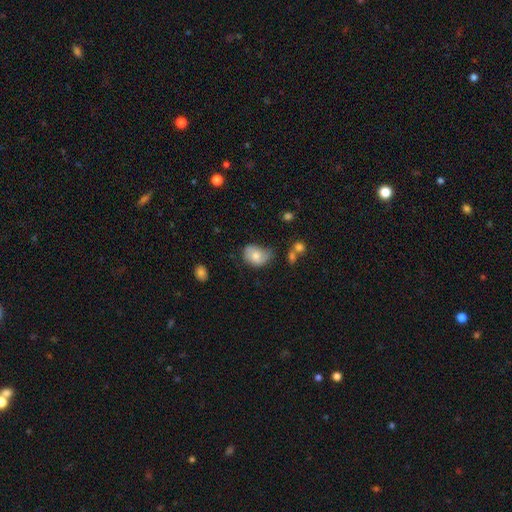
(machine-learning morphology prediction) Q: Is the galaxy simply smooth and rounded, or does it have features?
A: smooth — 69%.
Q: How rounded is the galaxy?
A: in between — 62%.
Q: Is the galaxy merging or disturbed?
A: none — 43%.